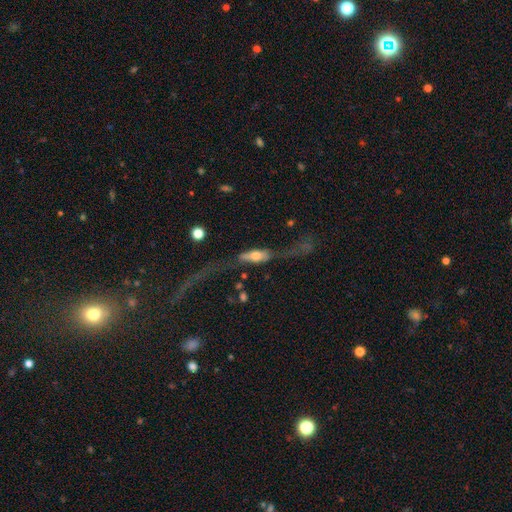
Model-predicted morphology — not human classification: Q: Smooth or featured?
A: featured or disk (61%); runner-up: smooth (32%)
Q: Edge-on disk?
A: yes (58%); runner-up: no (42%)
Q: Merging?
A: major disturbance (45%); runner-up: none (31%)